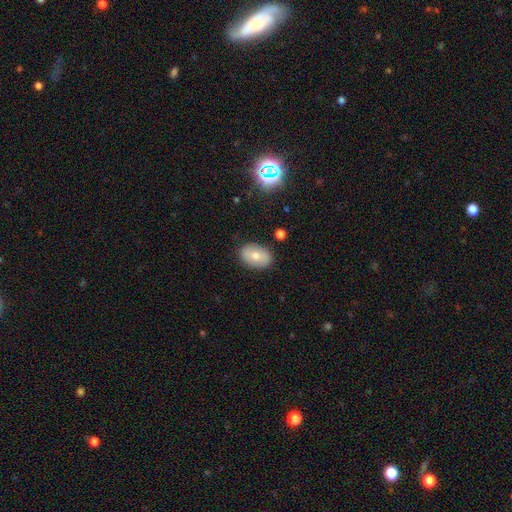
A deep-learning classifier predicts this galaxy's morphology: smooth-or-featured: smooth: 69% | featured or disk: 24% | star or artifact: 8%
  how-rounded: in between: 84% | round: 14% | cigar-shaped: 1%
  merging: none: 85% | minor disturbance: 11% | major disturbance: 3% | merger: 2%